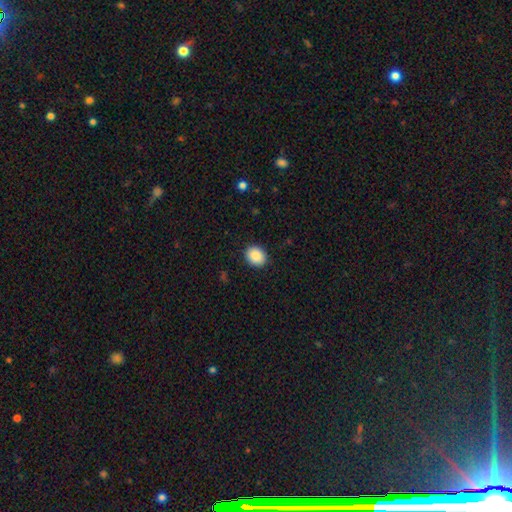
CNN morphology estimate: This appears to be a smooth galaxy with no disk features (89%) that is round (65%). Merging: none (90%).